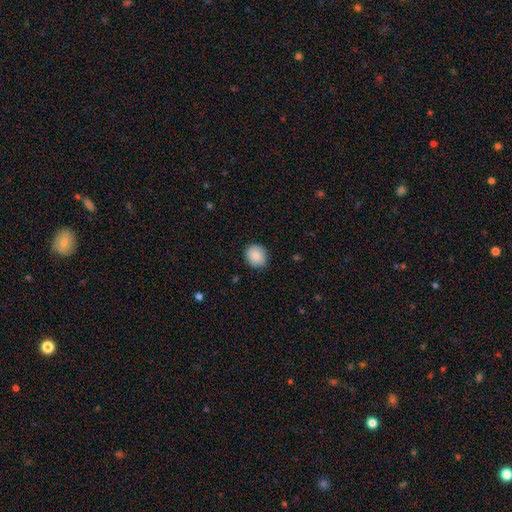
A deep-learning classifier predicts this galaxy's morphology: smooth_or_featured: smooth (p=0.88) [alt: star or artifact p=0.08]
how_rounded: round (p=0.79) [alt: in between p=0.20]
merging: none (p=0.86) [alt: minor disturbance p=0.11]